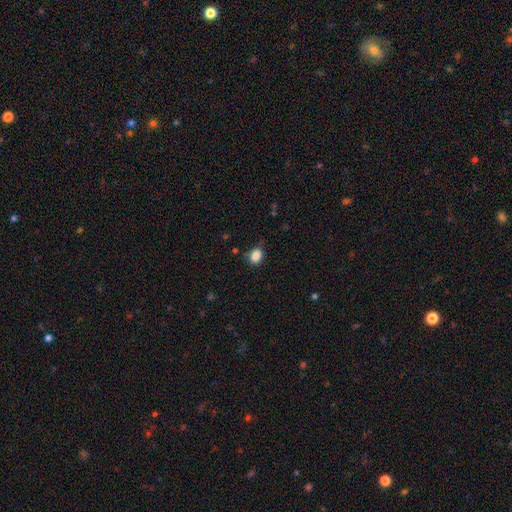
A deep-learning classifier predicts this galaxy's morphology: Overall: smooth (86%). How rounded: in between (61%; round 38%). Merging: none (76%).